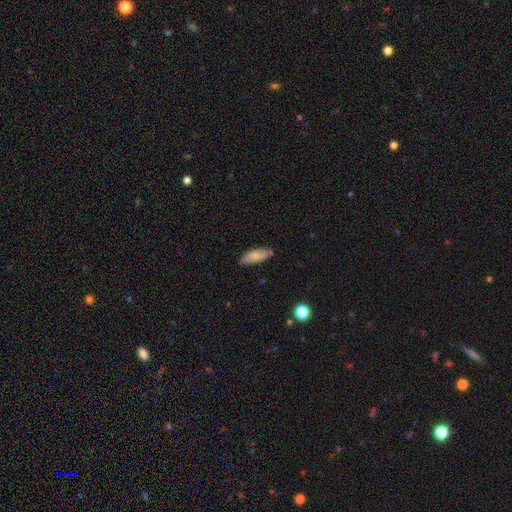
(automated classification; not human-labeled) smooth 78%, featured or disk 15%, star or artifact 7%. Down the decision tree: how rounded — in between (71%); merging — none (75%).